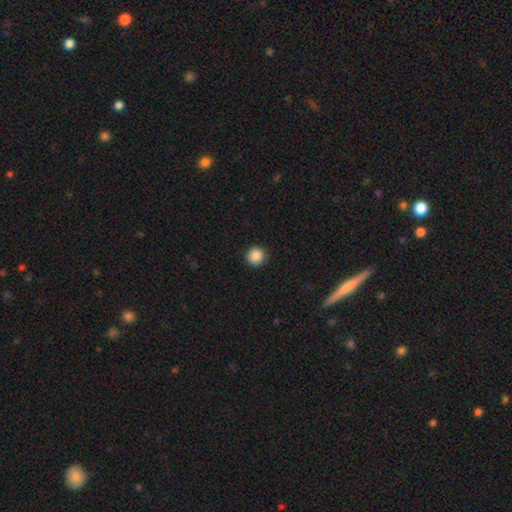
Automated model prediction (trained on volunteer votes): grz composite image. It shows a smooth galaxy with no disk features (88%) that is round (95%). Merging: none (91%).